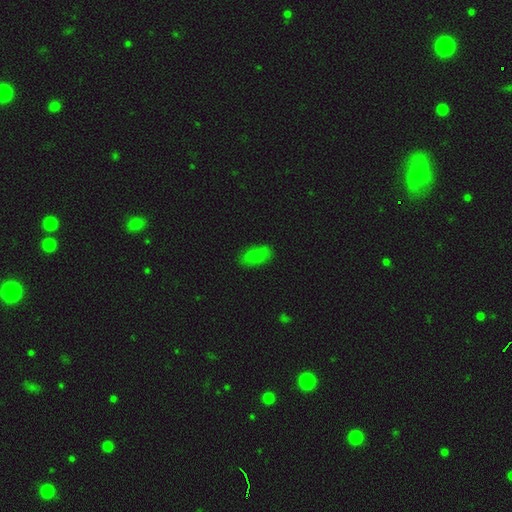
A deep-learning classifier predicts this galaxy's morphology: A smooth galaxy with no disk features (80%) that is in between round and cigar-shaped (91%).

Vote fractions:
- Smooth or featured? smooth: 80% / star or artifact: 11% / featured or disk: 9%
- How rounded? in between: 91% / cigar-shaped: 5% / round: 4%
- Merging? none: 77% / minor disturbance: 17% / major disturbance: 4% / merger: 2%